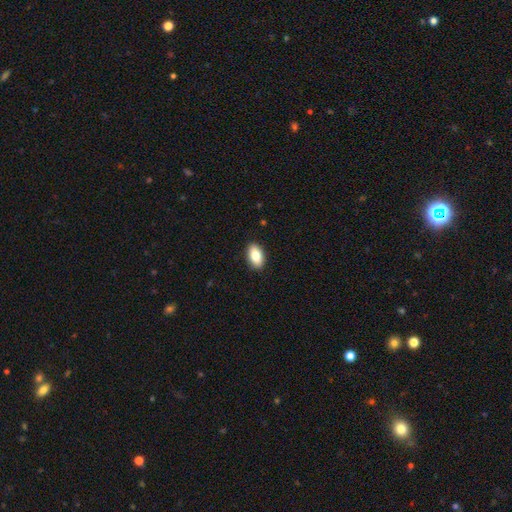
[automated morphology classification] Overall: smooth (83%). How rounded: in between (92%). Merging: none (90%).